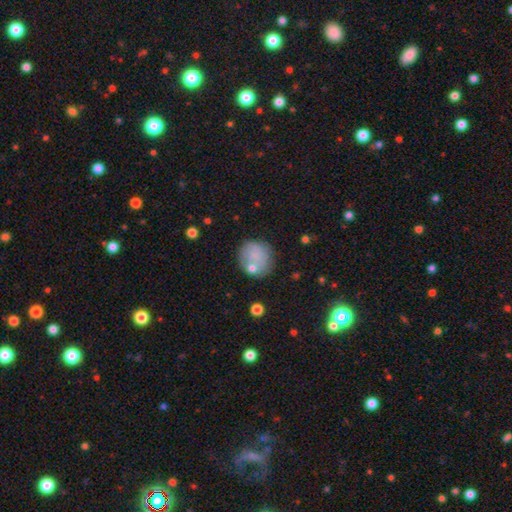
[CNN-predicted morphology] This appears to be a smooth galaxy with no disk features (67%) that is round (86%). Merging: none (65%).